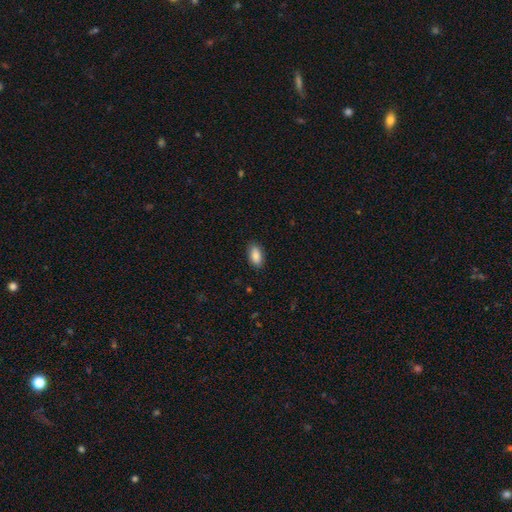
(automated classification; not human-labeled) A smooth galaxy with no disk features (88%) that is in between round and cigar-shaped (93%).

Vote fractions:
- Smooth or featured? smooth: 88% / star or artifact: 7% / featured or disk: 5%
- How rounded? in between: 93% / round: 4% / cigar-shaped: 4%
- Merging? none: 86% / minor disturbance: 10% / major disturbance: 2% / merger: 1%